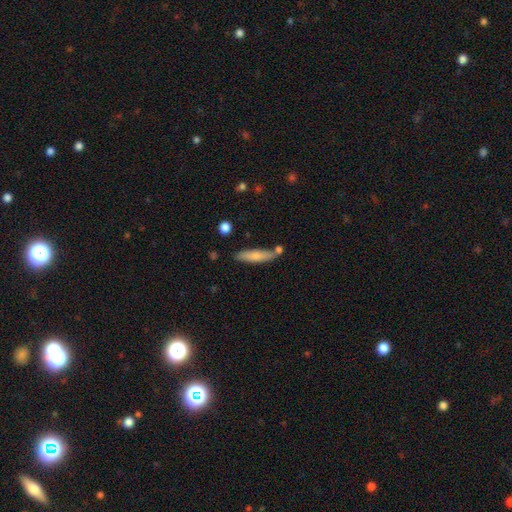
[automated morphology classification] The model was most divided on "how rounded": cigar-shaped: 76%, in between: 22%, round: 2%. More confident: smooth or featured — smooth (75%); merging — none (71%).